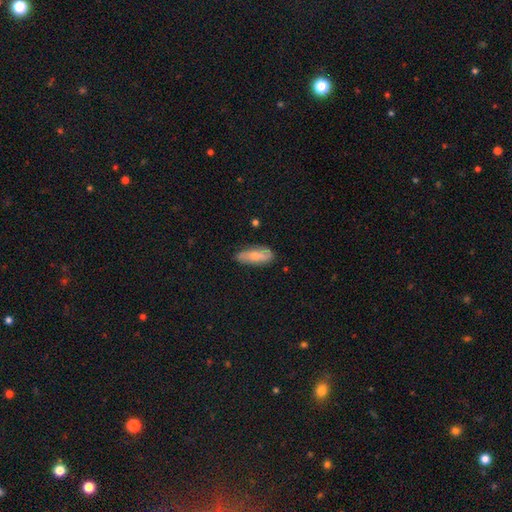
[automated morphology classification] Smooth or featured? Predicted: smooth (p=0.64). How rounded? Predicted: in between (p=0.74). Merging? Predicted: none (p=0.73).